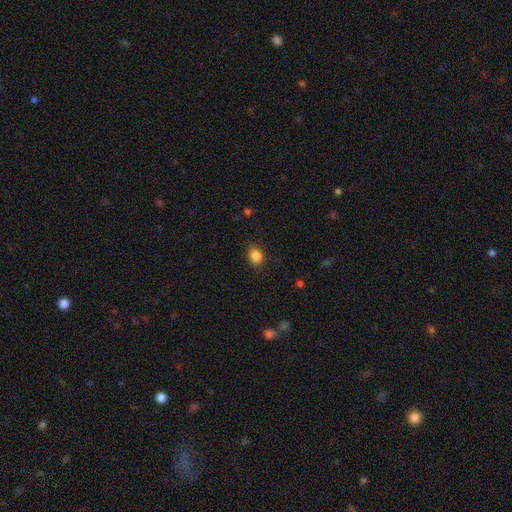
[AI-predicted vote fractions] A smooth galaxy with no disk features (85%) that is in between round and cigar-shaped (57%). Merging: none (84%).